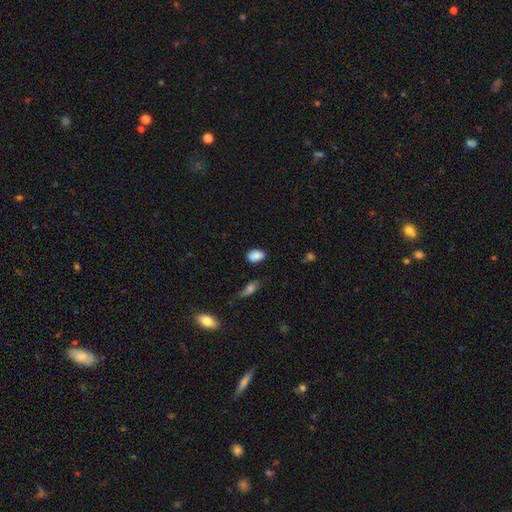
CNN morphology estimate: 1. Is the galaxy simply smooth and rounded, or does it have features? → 85% smooth, 9% star or artifact, 6% featured or disk.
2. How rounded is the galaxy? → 81% in between, 17% round, 2% cigar-shaped.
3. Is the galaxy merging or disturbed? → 75% none, 19% minor disturbance, 4% major disturbance, 3% merger.